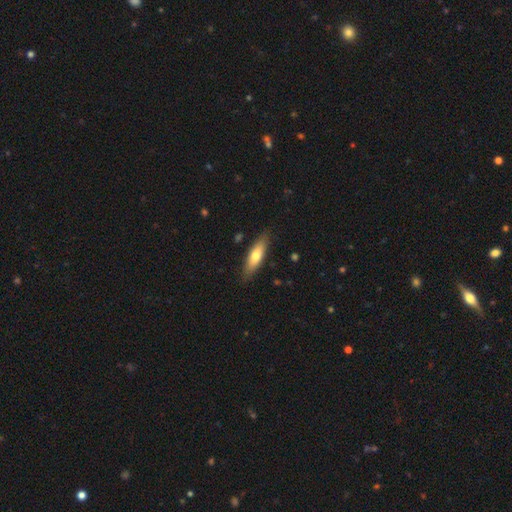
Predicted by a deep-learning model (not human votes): Smooth or featured? Predicted: smooth (p=0.65). How rounded? Predicted: cigar-shaped (p=0.52). Merging? Predicted: none (p=0.86).